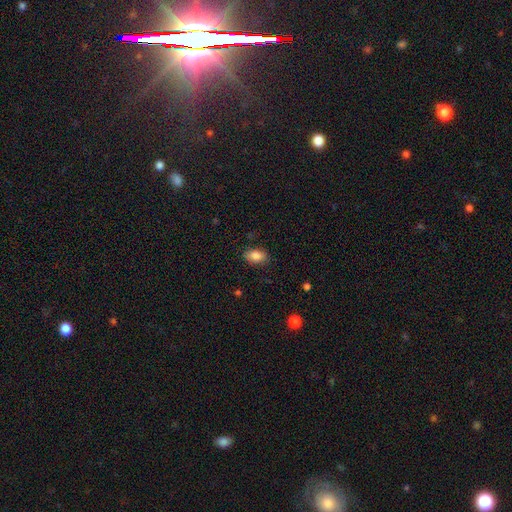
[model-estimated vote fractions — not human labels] smooth_or_featured: smooth (p=0.86) [alt: star or artifact p=0.08]
how_rounded: in between (p=0.88) [alt: round p=0.11]
merging: none (p=0.84) [alt: minor disturbance p=0.12]